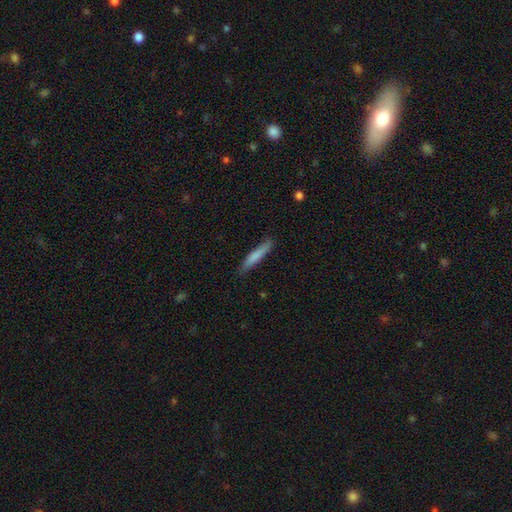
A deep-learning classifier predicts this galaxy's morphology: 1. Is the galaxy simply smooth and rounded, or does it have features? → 77% smooth, 18% featured or disk, 6% star or artifact.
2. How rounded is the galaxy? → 92% cigar-shaped, 7% in between, 1% round.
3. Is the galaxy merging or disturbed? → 82% none, 14% minor disturbance, 2% major disturbance, 1% merger.